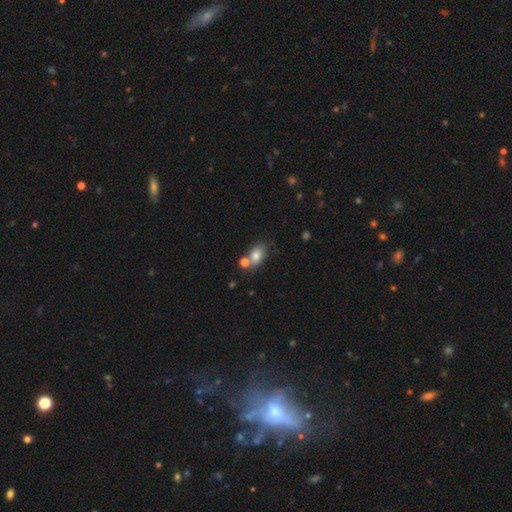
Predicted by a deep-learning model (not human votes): The model was most divided on "merging": none: 59%, merger: 24%, minor disturbance: 14%, major disturbance: 4%. More confident: smooth or featured — smooth (81%); how rounded — in between (80%).